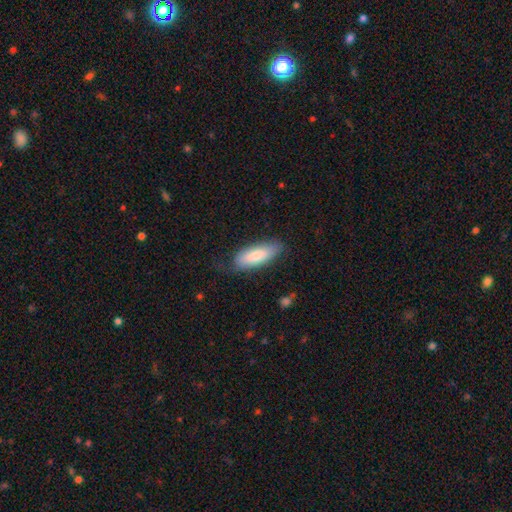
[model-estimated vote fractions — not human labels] Smooth or featured: smooth — 77% (featured or disk — 17%)
How rounded: in between — 73% (cigar-shaped — 25%)
Merging: none — 70% (minor disturbance — 22%)